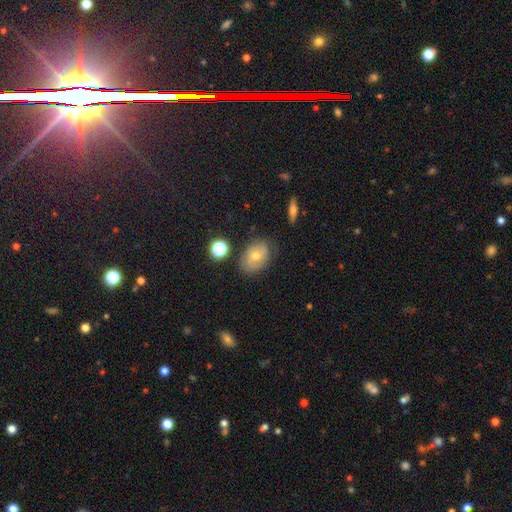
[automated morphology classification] A smooth galaxy with no disk features (57%) that is in between round and cigar-shaped (76%).

Vote fractions:
- Smooth or featured? smooth: 57% / featured or disk: 32% / star or artifact: 11%
- How rounded? in between: 76% / round: 23% / cigar-shaped: 1%
- Merging? none: 72% / minor disturbance: 20% / major disturbance: 5% / merger: 3%